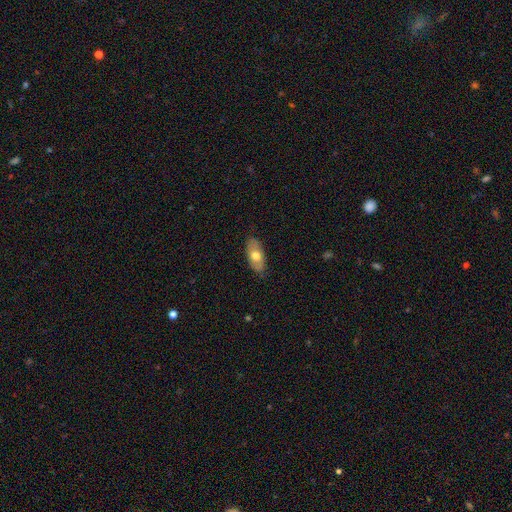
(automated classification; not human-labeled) A smooth galaxy with no disk features (66%) that is in between round and cigar-shaped (90%). Merging: none (84%).